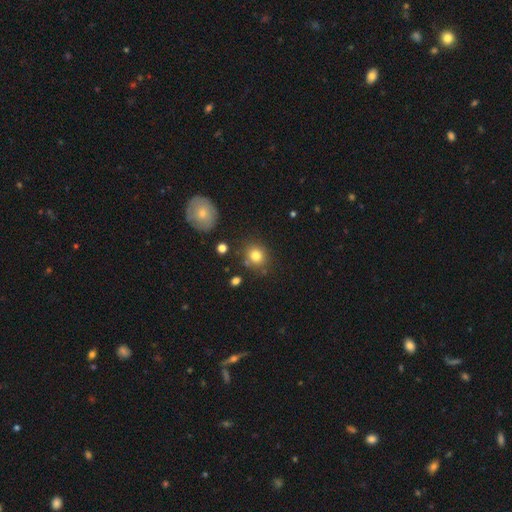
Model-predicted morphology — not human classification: A smooth galaxy with no disk features (80%) that is round (81%). Merging: none (79%).